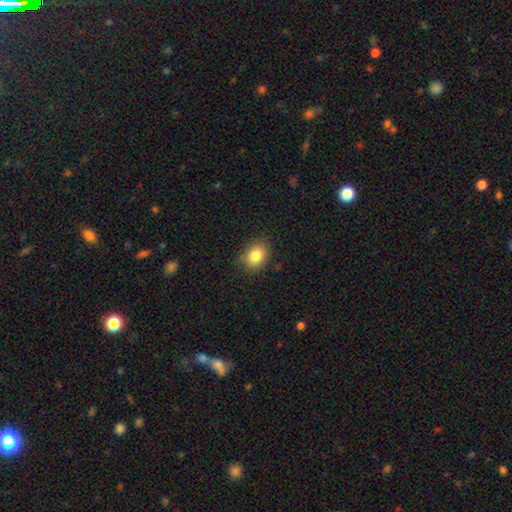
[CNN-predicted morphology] smooth_or_featured: smooth (p=0.84) [alt: star or artifact p=0.09]
how_rounded: in between (p=0.66) [alt: round p=0.33]
merging: none (p=0.81) [alt: minor disturbance p=0.14]